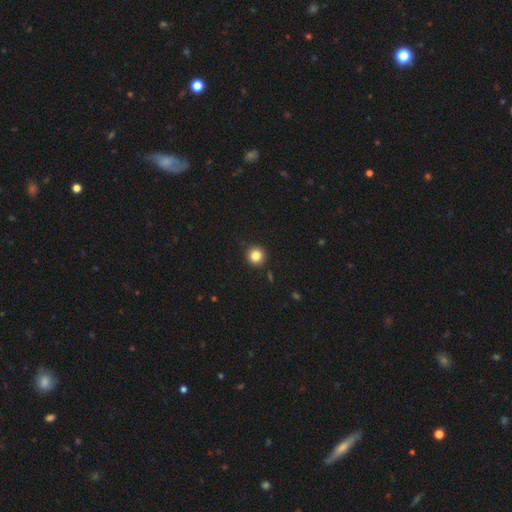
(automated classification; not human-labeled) Morphology: type=smooth (83%); roundness=round (95%); merging=none (92%).